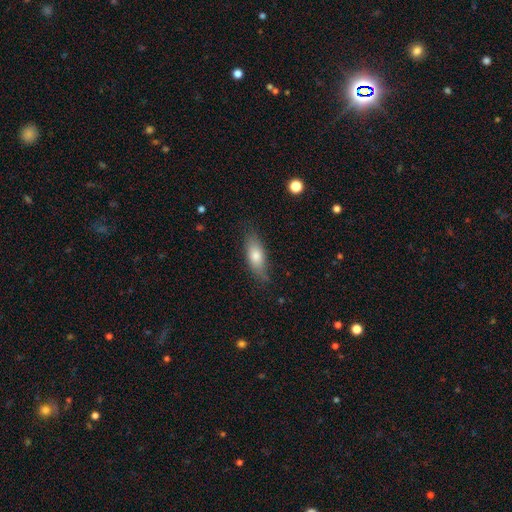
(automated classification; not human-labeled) Smooth or featured: smooth — 73% (featured or disk — 21%)
How rounded: in between — 68% (cigar-shaped — 29%)
Merging: none — 74% (minor disturbance — 20%)